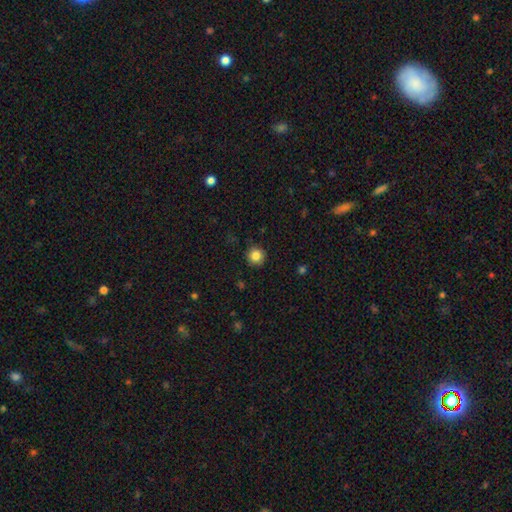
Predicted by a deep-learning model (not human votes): Smooth or featured? Predicted: smooth (p=0.84). How rounded? Predicted: round (p=0.95). Merging? Predicted: none (p=0.91).